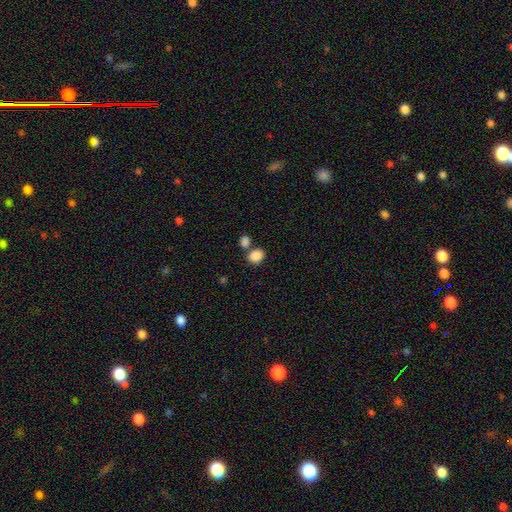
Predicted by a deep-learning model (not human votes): Morphology: type=smooth (87%); roundness=round (58%); merging=none (59%).